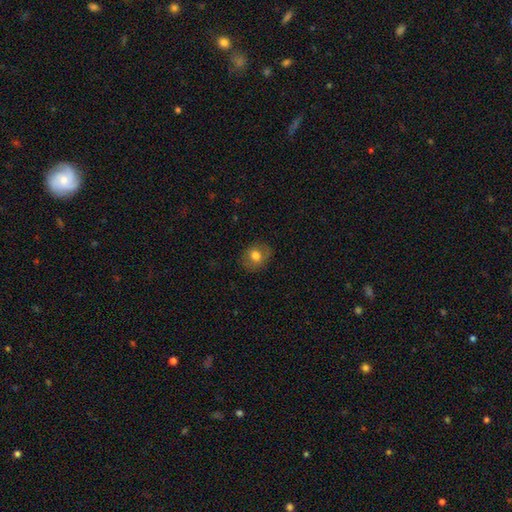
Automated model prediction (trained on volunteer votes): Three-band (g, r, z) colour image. It shows a smooth galaxy with no disk features (71%) that is round (64%). Merging: none (81%).